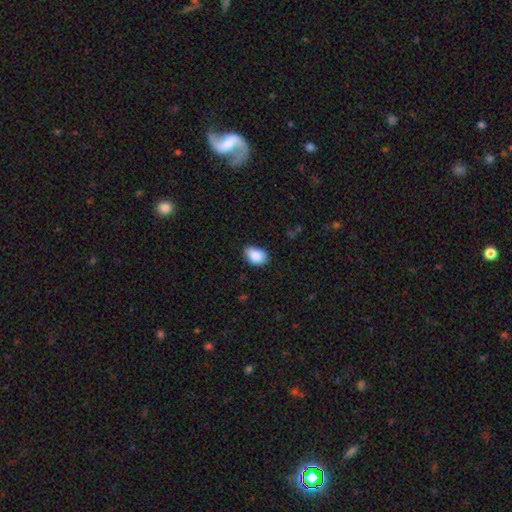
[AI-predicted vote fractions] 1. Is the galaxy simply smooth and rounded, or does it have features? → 86% smooth, 8% star or artifact, 7% featured or disk.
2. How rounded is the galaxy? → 83% in between, 16% round, 1% cigar-shaped.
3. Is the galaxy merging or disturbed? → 72% none, 23% minor disturbance, 3% major disturbance, 2% merger.